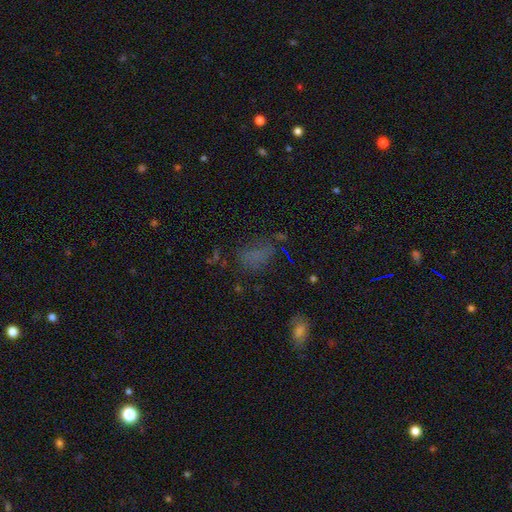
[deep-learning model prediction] The model was most divided on "merging": none: 53%, minor disturbance: 23%, major disturbance: 19%, merger: 5%. More confident: how rounded — in between (83%); smooth or featured — smooth (62%).